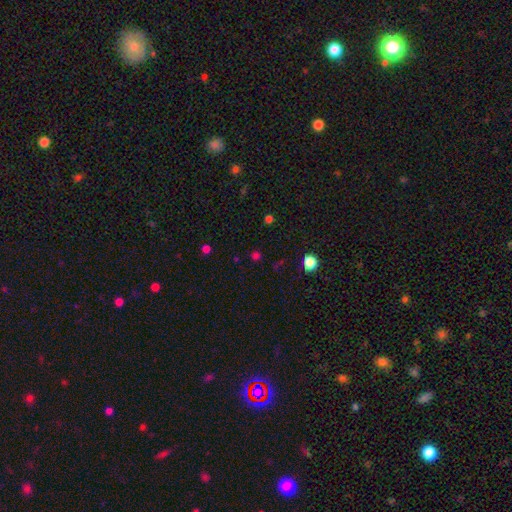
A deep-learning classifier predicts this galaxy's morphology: Smooth or featured: smooth — 48% (star or artifact — 46%)
Merging: none — 84% (minor disturbance — 8%)